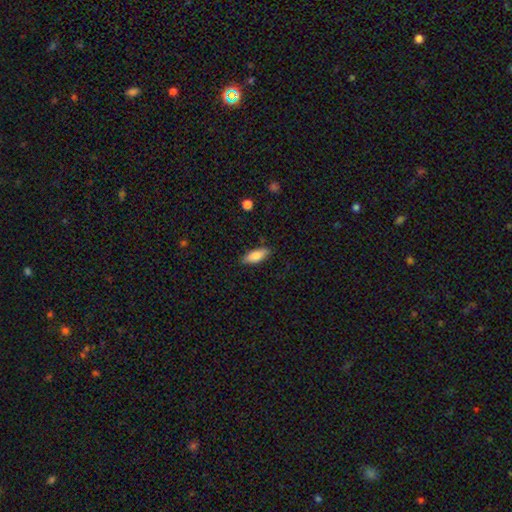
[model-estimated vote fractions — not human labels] This appears to be a smooth galaxy with no disk features (80%) that is in between round and cigar-shaped (71%). Merging: none (85%).